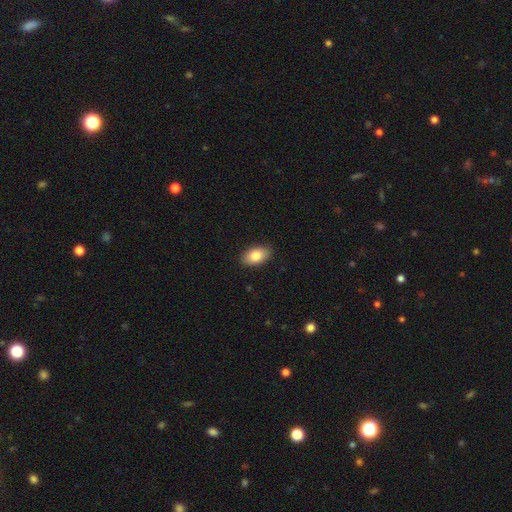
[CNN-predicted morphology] Smooth or featured? Predicted: smooth (p=0.84). How rounded? Predicted: in between (p=0.93). Merging? Predicted: none (p=0.88).